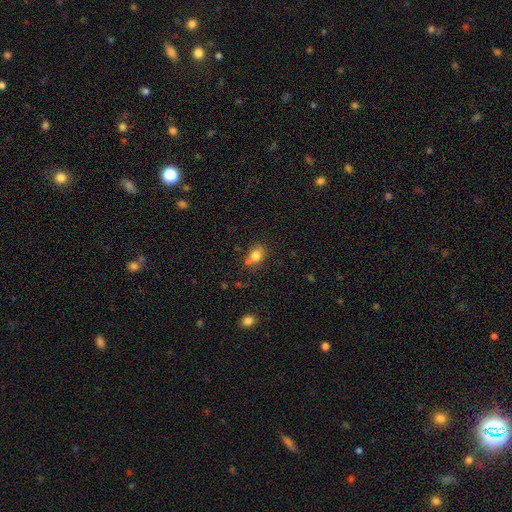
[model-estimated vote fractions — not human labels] Smooth or featured? Predicted: smooth (p=0.78). How rounded? Predicted: in between (p=0.53). Merging? Predicted: none (p=0.57).